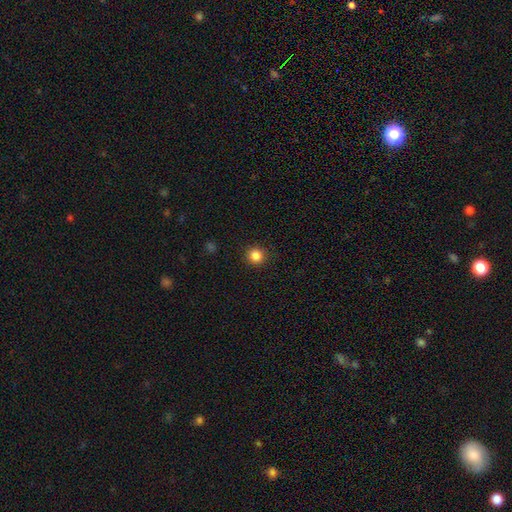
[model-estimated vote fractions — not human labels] Smooth or featured: smooth — 85% (star or artifact — 11%)
How rounded: round — 92% (in between — 7%)
Merging: none — 91% (minor disturbance — 6%)